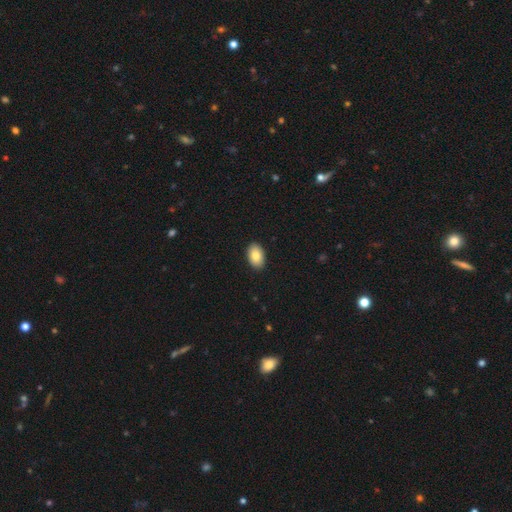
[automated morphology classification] A smooth galaxy with no disk features (84%) that is in between round and cigar-shaped (91%). Merging: none (91%).